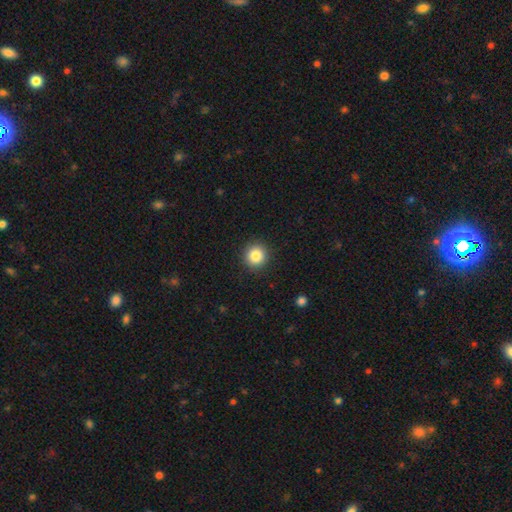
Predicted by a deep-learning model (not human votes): Q: Smooth or featured?
A: smooth (85%); runner-up: star or artifact (10%)
Q: How rounded?
A: round (93%); runner-up: in between (6%)
Q: Merging?
A: none (92%); runner-up: minor disturbance (5%)